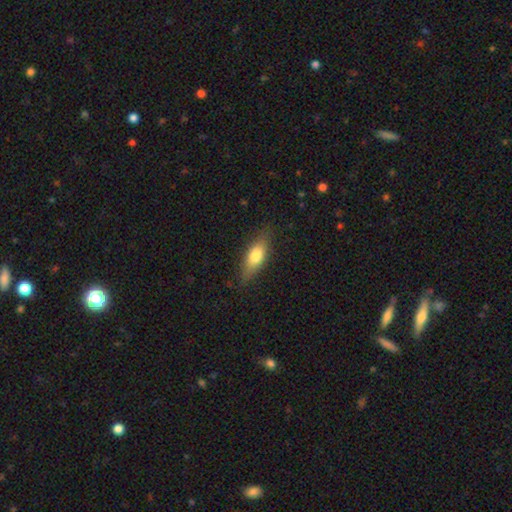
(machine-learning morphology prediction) This appears to be a smooth galaxy with no disk features (71%) that is in between round and cigar-shaped (69%). Merging: none (79%).